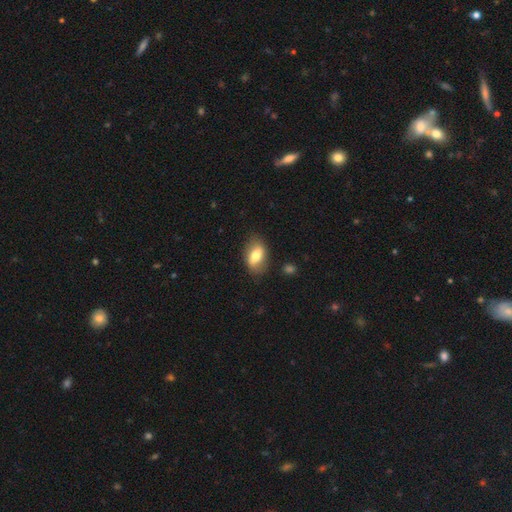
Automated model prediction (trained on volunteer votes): A smooth galaxy with no disk features (67%) that is in between round and cigar-shaped (87%).

Vote fractions:
- Smooth or featured? smooth: 67% / featured or disk: 26% / star or artifact: 7%
- How rounded? in between: 87% / round: 10% / cigar-shaped: 3%
- Merging? none: 79% / minor disturbance: 15% / major disturbance: 4% / merger: 2%